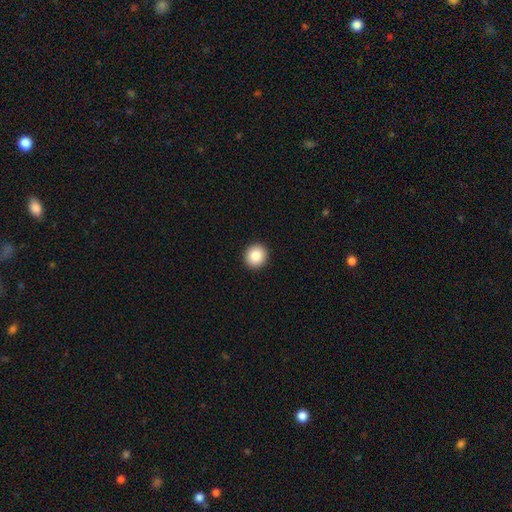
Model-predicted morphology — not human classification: smooth_or_featured: smooth (p=0.86) [alt: star or artifact p=0.08]
how_rounded: round (p=0.91) [alt: in between p=0.08]
merging: none (p=0.93) [alt: minor disturbance p=0.04]